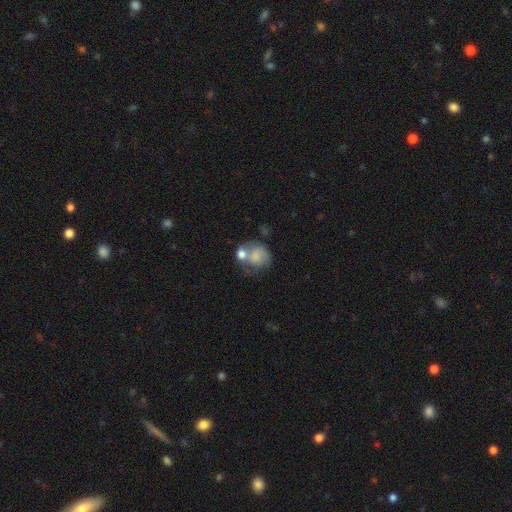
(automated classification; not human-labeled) This is likely a smooth galaxy (62%). How rounded: likely round (62%). Merging: marginally merger (41%).